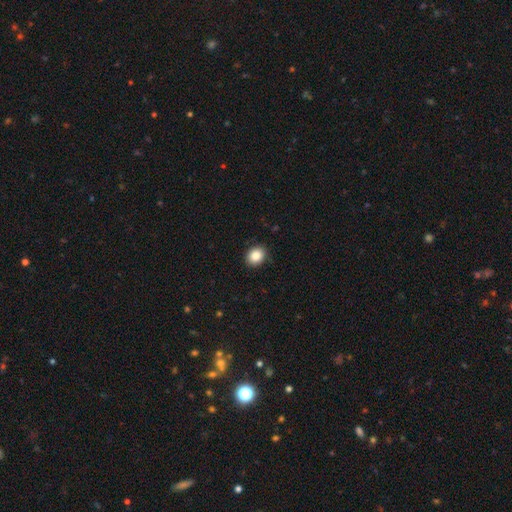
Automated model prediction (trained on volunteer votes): Q: Smooth or featured?
A: smooth (86%); runner-up: star or artifact (9%)
Q: How rounded?
A: round (52%); runner-up: in between (47%)
Q: Merging?
A: none (89%); runner-up: minor disturbance (8%)